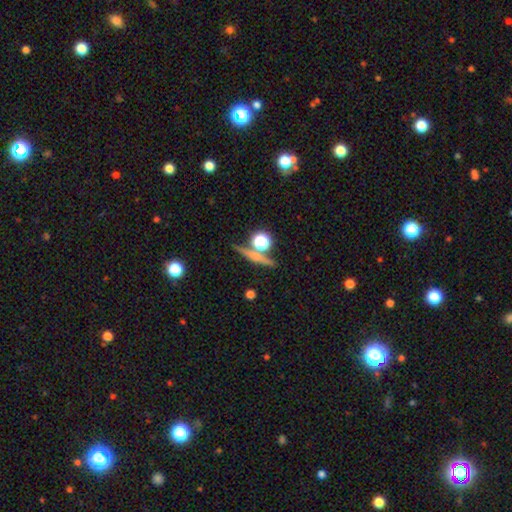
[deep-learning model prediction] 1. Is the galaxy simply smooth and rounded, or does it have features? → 44% smooth, 40% featured or disk, 16% star or artifact.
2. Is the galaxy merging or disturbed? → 72% none, 14% merger, 10% minor disturbance, 4% major disturbance.